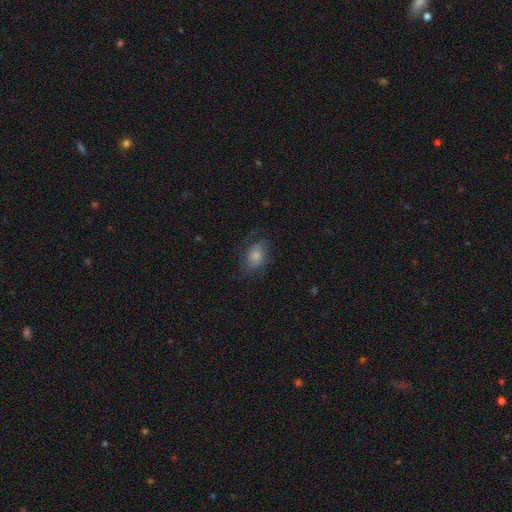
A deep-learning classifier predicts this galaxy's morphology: This appears to be a smooth galaxy with no disk features (72%) that is in between round and cigar-shaped (78%). Merging: none (63%).